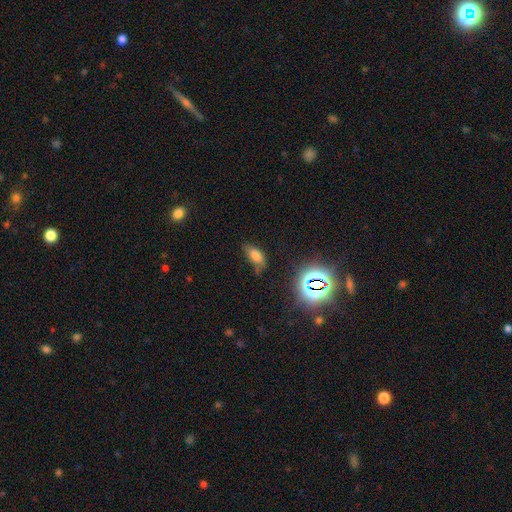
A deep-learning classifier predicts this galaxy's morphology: A smooth galaxy with no disk features (69%) that is in between round and cigar-shaped (86%). Merging: none (49%).